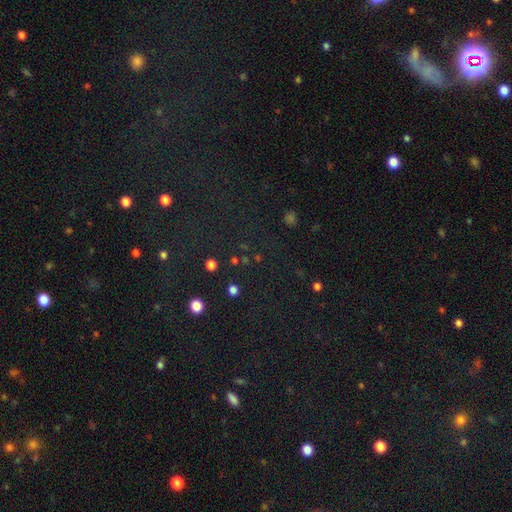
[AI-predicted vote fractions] Smooth or featured?
  - star or artifact: 74% *
  - smooth: 16%
  - featured or disk: 10%